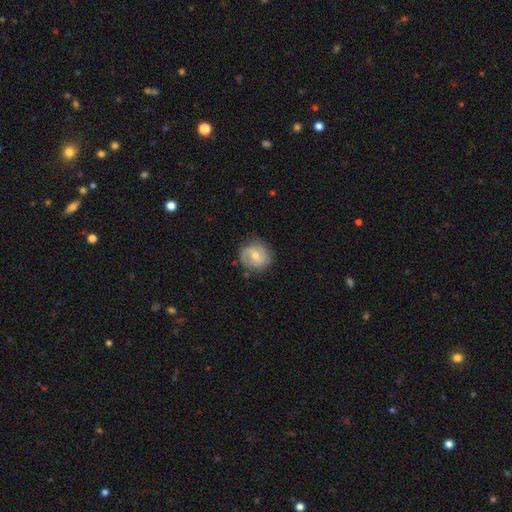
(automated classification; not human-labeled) Smooth or featured?
  - featured or disk: 54% *
  - smooth: 39%
  - star or artifact: 7%
Edge-on disk?
  - no: 97% *
  - yes: 3%
Bar?
  - weak: 50% *
  - no: 36%
  - strong: 14%
Spiral arms?
  - yes: 80% *
  - no: 20%
Bulge size?
  - small: 48% *
  - moderate: 47%
  - none: 2%
  - large: 2%
  - dominant: 1%
Merging?
  - none: 75% *
  - minor disturbance: 17%
  - major disturbance: 6%
  - merger: 2%